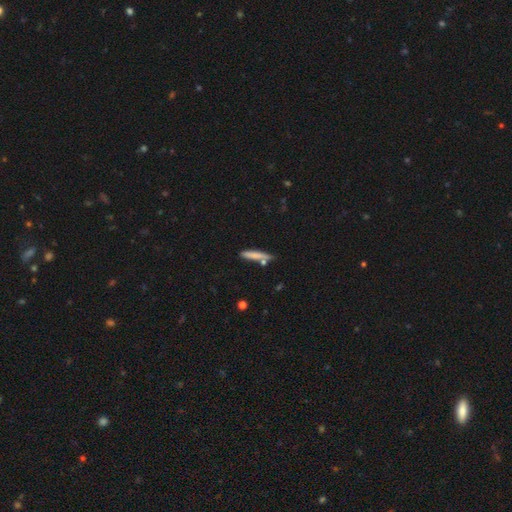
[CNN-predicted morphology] Smooth or featured?
  - smooth: 74% *
  - featured or disk: 19%
  - star or artifact: 7%
How rounded?
  - cigar-shaped: 90% *
  - in between: 8%
  - round: 2%
Merging?
  - none: 71% *
  - minor disturbance: 16%
  - merger: 10%
  - major disturbance: 3%